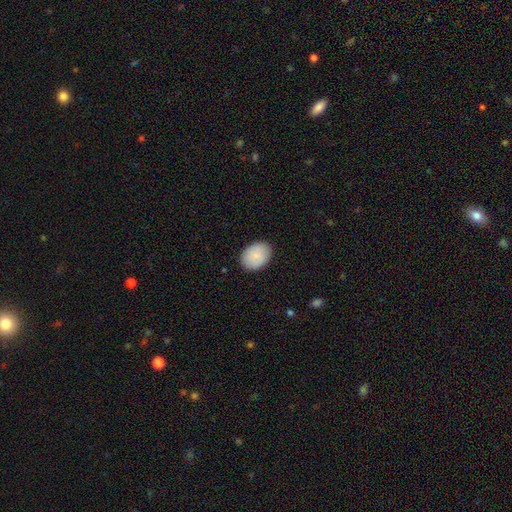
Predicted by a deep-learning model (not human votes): Smooth or featured: smooth — 87% (featured or disk — 7%)
How rounded: in between — 76% (round — 23%)
Merging: none — 88% (minor disturbance — 9%)